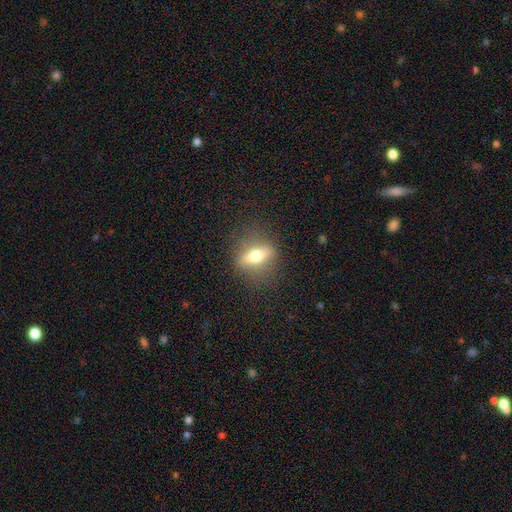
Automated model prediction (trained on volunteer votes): Smooth or featured? featured or disk (51%)
Edge-on disk? yes (68%)
Merging? none (82%)